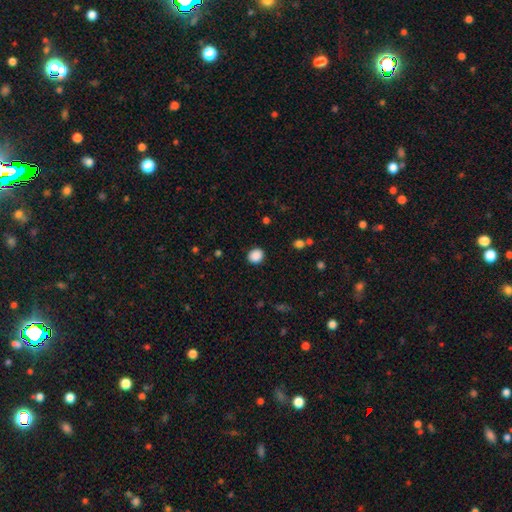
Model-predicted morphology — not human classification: type=smooth (88%); roundness=round (76%); merging=none (89%).